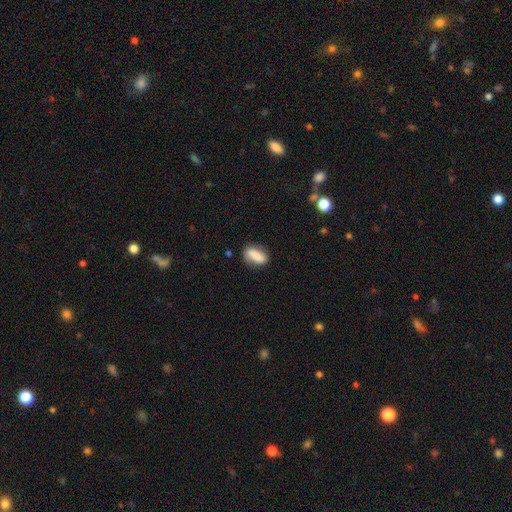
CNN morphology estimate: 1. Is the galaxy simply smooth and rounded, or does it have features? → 74% smooth, 18% featured or disk, 8% star or artifact.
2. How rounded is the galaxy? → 79% in between, 15% cigar-shaped, 6% round.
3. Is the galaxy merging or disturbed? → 72% none, 20% minor disturbance, 5% major disturbance, 3% merger.